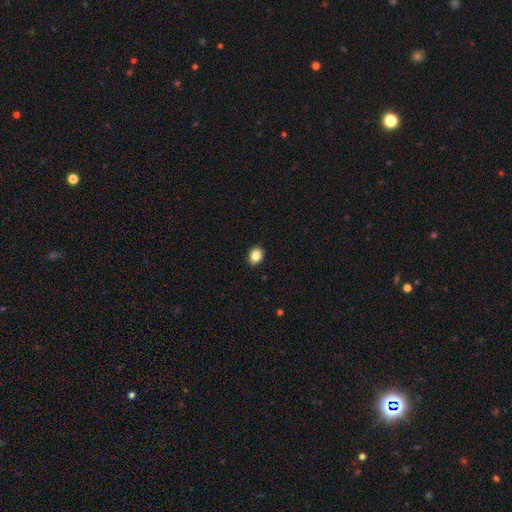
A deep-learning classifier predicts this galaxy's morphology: The model was most divided on "how rounded": in between: 57%, round: 42%, cigar-shaped: 1%. More confident: merging — none (91%); smooth or featured — smooth (85%).